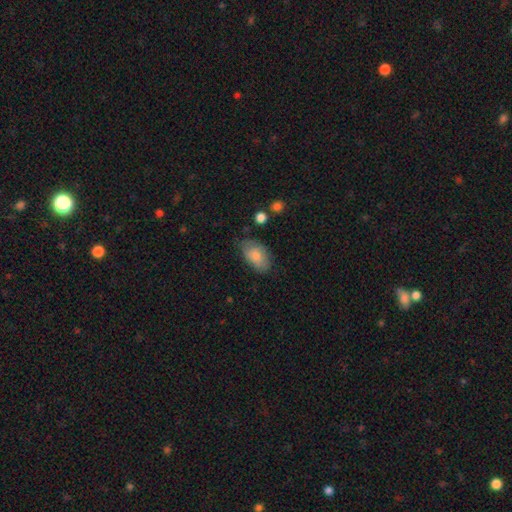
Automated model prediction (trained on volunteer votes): Smooth or featured? smooth (80%)
How rounded? in between (93%)
Merging? none (63%)